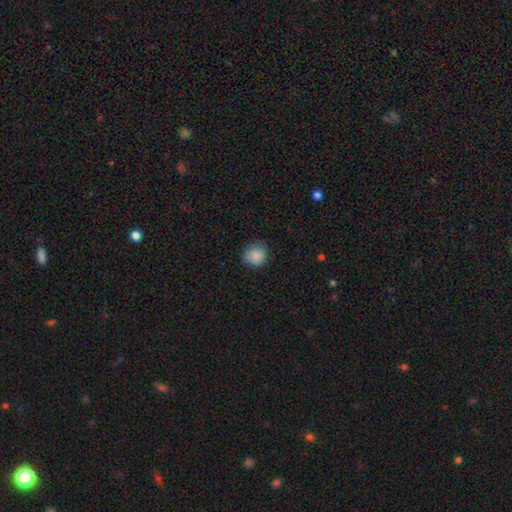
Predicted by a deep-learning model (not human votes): smooth 88%, star or artifact 8%, featured or disk 4%. Down the decision tree: how rounded — round (88%); merging — none (81%).